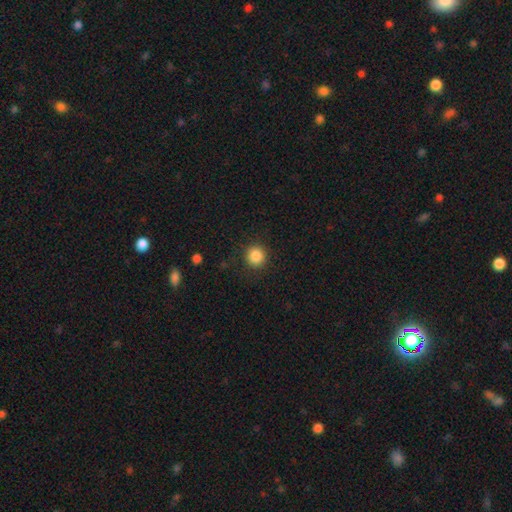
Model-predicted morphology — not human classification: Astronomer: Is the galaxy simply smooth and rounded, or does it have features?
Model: smooth — 86%.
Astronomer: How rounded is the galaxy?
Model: round — 93%.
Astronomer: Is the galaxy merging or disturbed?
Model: none — 89%.